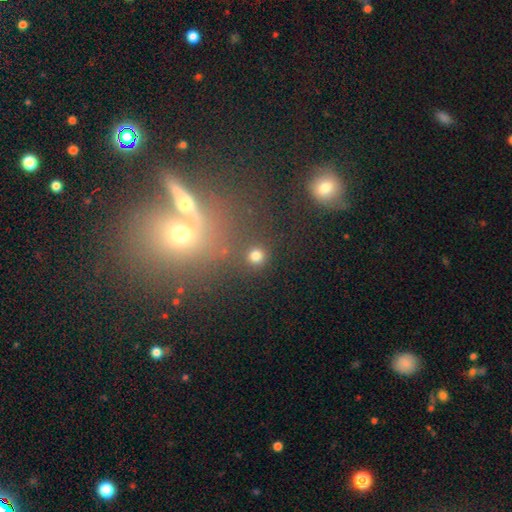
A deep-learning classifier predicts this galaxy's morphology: A smooth galaxy with no disk features (80%) that is round (93%).

Vote fractions:
- Smooth or featured? smooth: 80% / star or artifact: 15% / featured or disk: 5%
- How rounded? round: 93% / in between: 6% / cigar-shaped: 1%
- Merging? none: 86% / minor disturbance: 6% / merger: 5% / major disturbance: 3%